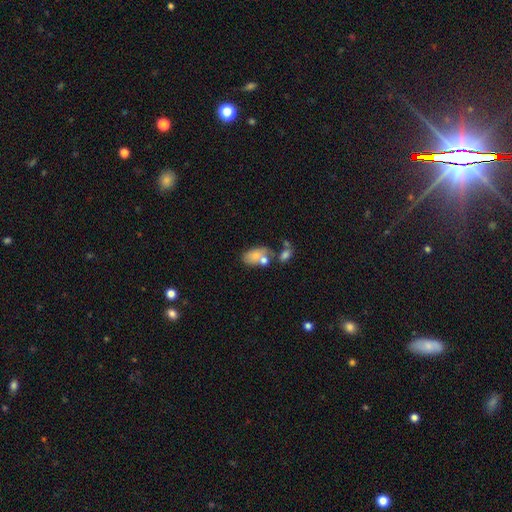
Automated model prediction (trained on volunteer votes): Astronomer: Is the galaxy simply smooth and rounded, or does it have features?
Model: smooth — 69%.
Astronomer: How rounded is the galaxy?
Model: in between — 89%.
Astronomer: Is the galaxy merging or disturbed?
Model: merger — 38% (runner-up: none, 34%).